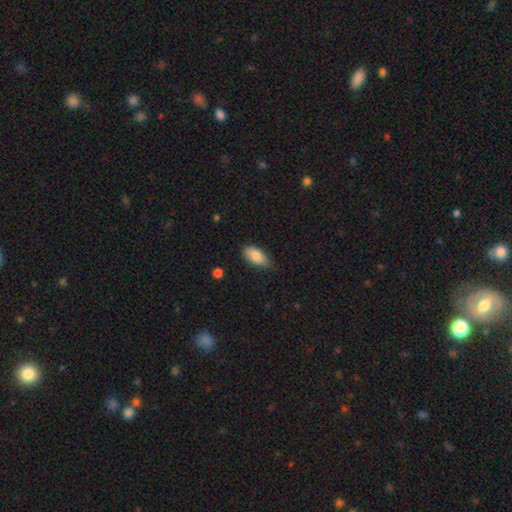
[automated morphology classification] The model was most divided on "merging": none: 70%, minor disturbance: 25%, major disturbance: 3%, merger: 1%. More confident: how rounded — in between (91%); smooth or featured — smooth (84%).